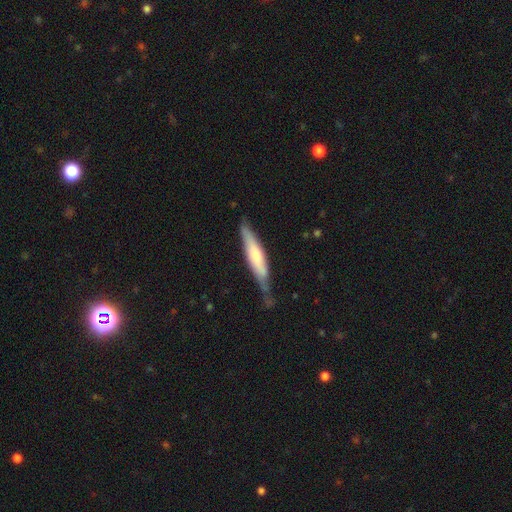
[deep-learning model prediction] Morphology: type=smooth (51%); roundness=cigar-shaped (84%); merging=none (56%).